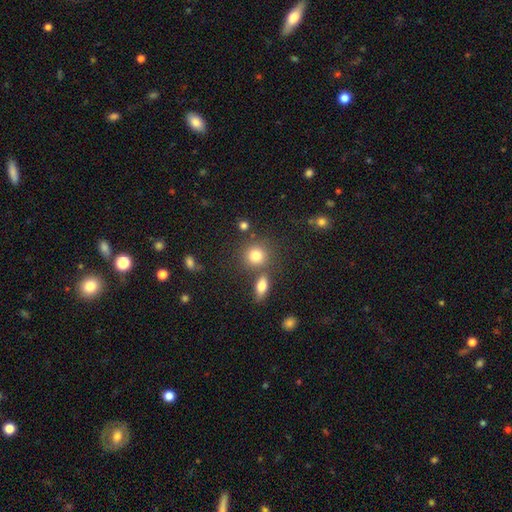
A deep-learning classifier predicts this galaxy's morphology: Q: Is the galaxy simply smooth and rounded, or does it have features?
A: smooth — 80%.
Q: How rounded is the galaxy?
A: round — 83%.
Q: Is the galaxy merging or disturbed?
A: none — 70%.